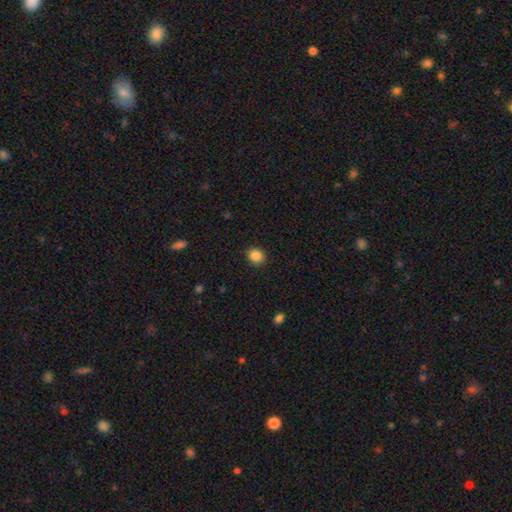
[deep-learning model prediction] The model was most divided on "how rounded": round: 75%, in between: 24%, cigar-shaped: 1%. More confident: merging — none (90%); smooth or featured — smooth (87%).